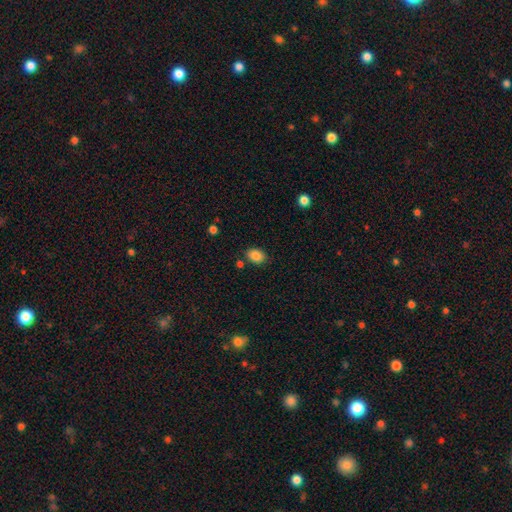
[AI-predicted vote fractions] A smooth galaxy with no disk features (86%) that is in between round and cigar-shaped (73%). Merging: none (81%).